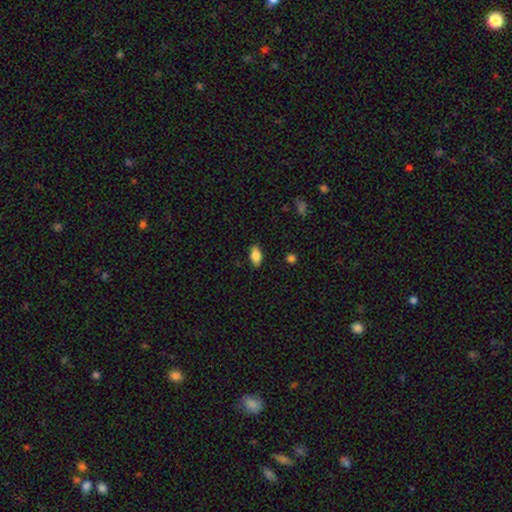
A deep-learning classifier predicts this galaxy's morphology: A smooth galaxy with no disk features (81%) that is in between round and cigar-shaped (89%). Merging: none (86%).